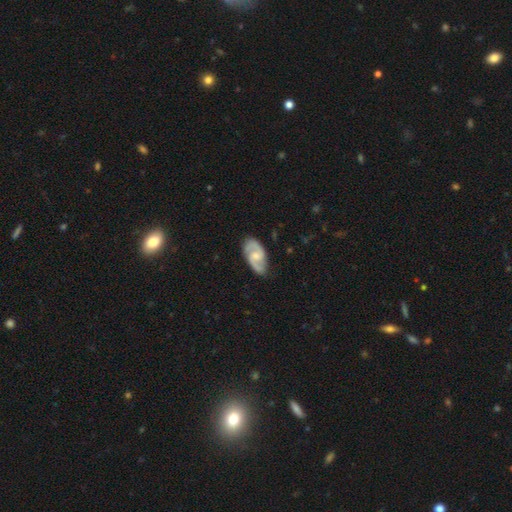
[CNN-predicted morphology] type=featured or disk (83%); edge-on=no (97%); bar=no (49%); spiral arms=yes (97%); winding=medium (55%); arm count=2 (91%); bulge=small (47%); merging=none (81%).